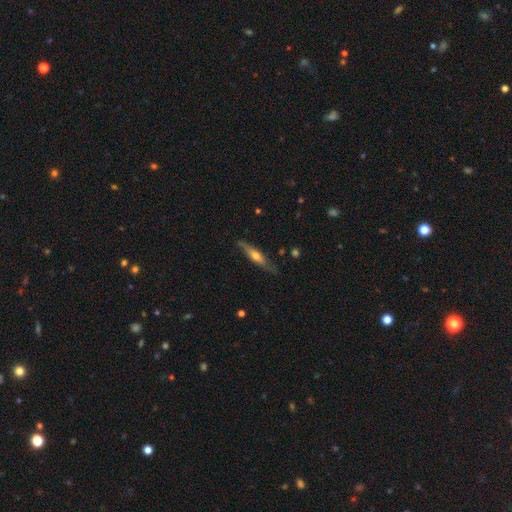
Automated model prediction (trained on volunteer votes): Smooth or featured: featured or disk — 52% (smooth — 42%)
Edge-on disk: yes — 82% (no — 18%)
Merging: none — 76% (minor disturbance — 19%)